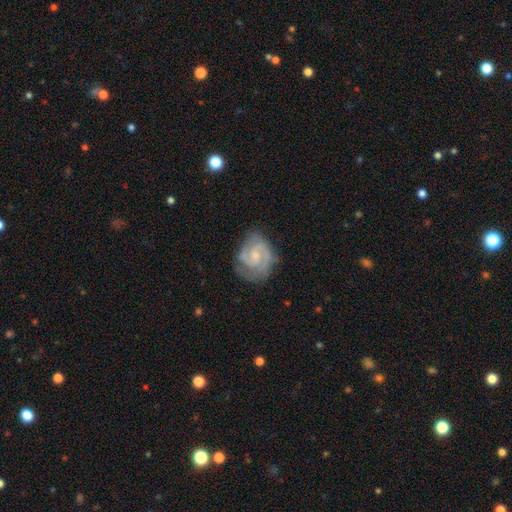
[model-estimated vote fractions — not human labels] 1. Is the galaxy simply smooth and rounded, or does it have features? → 87% featured or disk, 9% smooth, 5% star or artifact.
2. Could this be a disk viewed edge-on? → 98% no, 2% yes.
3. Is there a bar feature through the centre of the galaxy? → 57% no, 37% weak, 5% strong.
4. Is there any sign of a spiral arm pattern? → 97% yes, 3% no.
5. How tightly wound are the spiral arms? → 51% tight, 42% medium, 7% loose.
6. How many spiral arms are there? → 74% 2, 14% 3, 6% can't tell, 2% 1, 2% 4, 2% more than 4.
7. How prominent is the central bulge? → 64% small, 26% moderate, 8% none, 1% large, 1% dominant.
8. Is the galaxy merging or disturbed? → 72% none, 20% minor disturbance, 7% major disturbance, 1% merger.